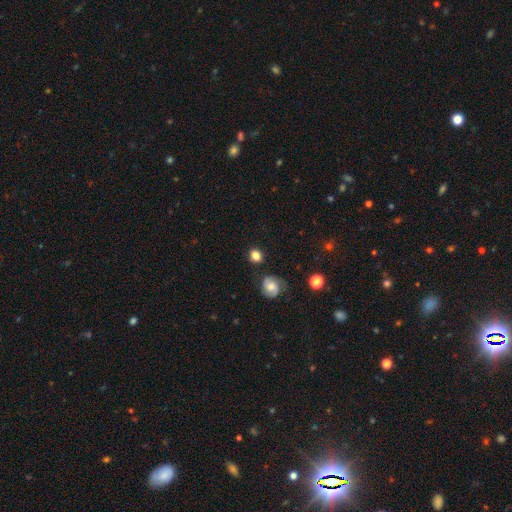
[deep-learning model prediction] Smooth or featured?
  - smooth: 82% *
  - star or artifact: 10%
  - featured or disk: 9%
How rounded?
  - round: 66% *
  - in between: 33%
  - cigar-shaped: 1%
Merging?
  - none: 78% *
  - minor disturbance: 13%
  - merger: 5%
  - major disturbance: 4%